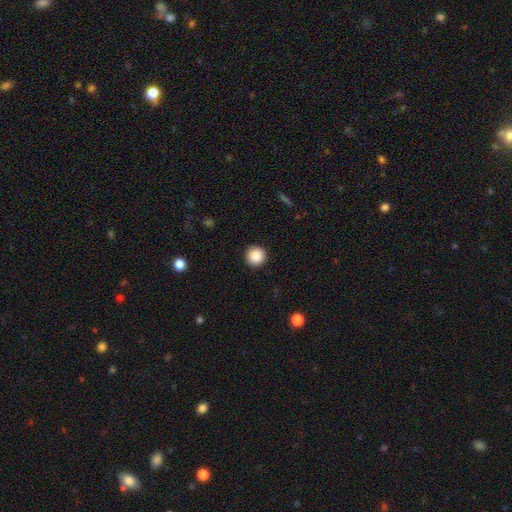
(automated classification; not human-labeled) Smooth or featured? smooth (87%)
How rounded? round (96%)
Merging? none (93%)